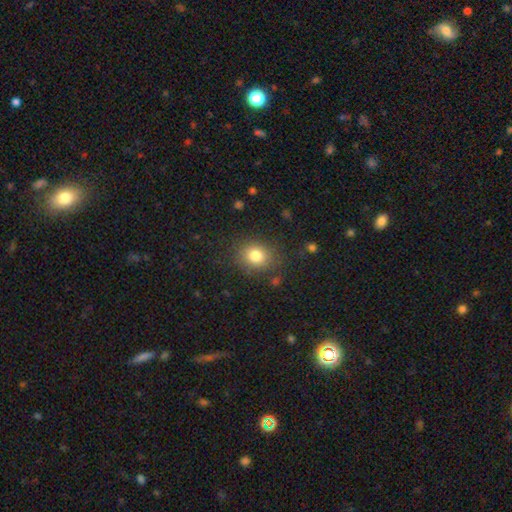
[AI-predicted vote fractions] smooth_or_featured: smooth (p=0.80) [alt: star or artifact p=0.12]
how_rounded: round (p=0.69) [alt: in between p=0.30]
merging: none (p=0.84) [alt: minor disturbance p=0.10]